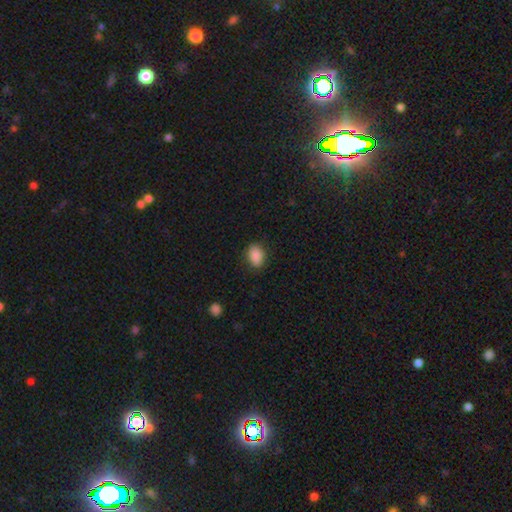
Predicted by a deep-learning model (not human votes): Morphology: type=smooth (88%); roundness=in between (75%); merging=none (84%).